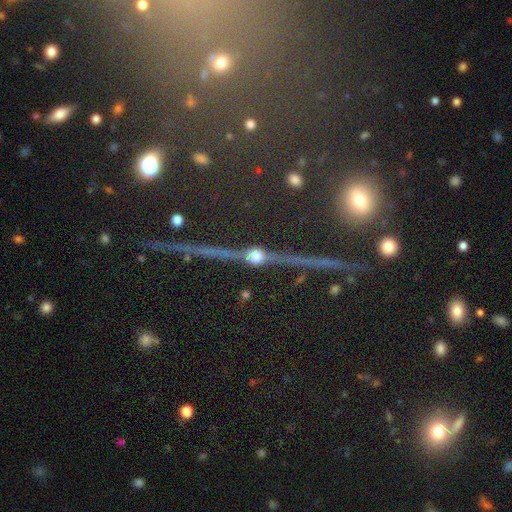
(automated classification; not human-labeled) A featured or disk galaxy (68%) viewed edge-on (83%) with a rounded central bulge (94%).

Vote fractions:
- Smooth or featured? featured or disk: 68% / star or artifact: 18% / smooth: 14%
- Edge-on disk? yes: 83% / no: 17%
- Edge-on bulge? rounded: 94% / boxy: 3% / none: 3%
- Merging? none: 78% / minor disturbance: 11% / major disturbance: 6% / merger: 5%